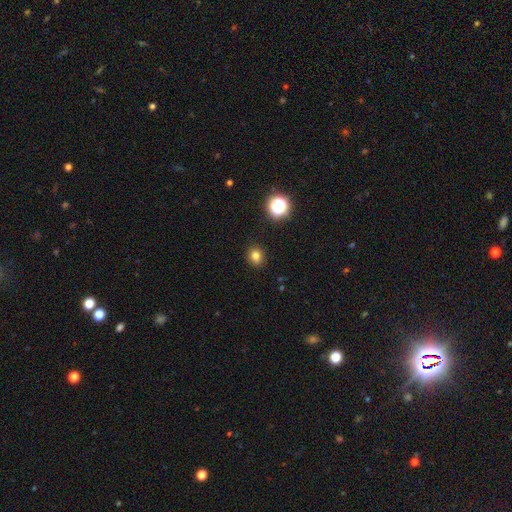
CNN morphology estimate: Smooth or featured?
  - smooth: 79% *
  - star or artifact: 15%
  - featured or disk: 6%
How rounded?
  - round: 75% *
  - in between: 24%
  - cigar-shaped: 1%
Merging?
  - none: 91% *
  - minor disturbance: 6%
  - major disturbance: 2%
  - merger: 1%